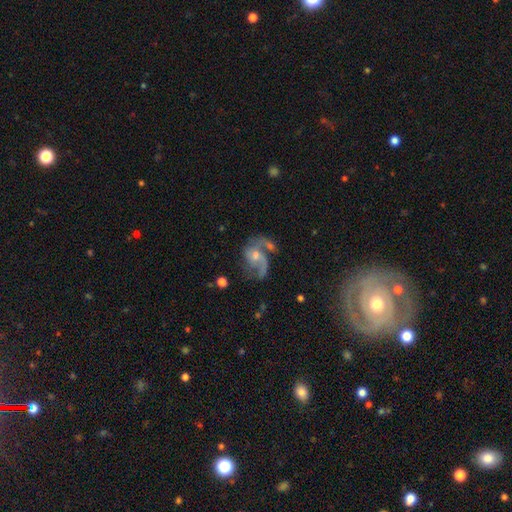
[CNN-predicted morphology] Smooth or featured: featured or disk — 80% (smooth — 11%)
Edge-on disk: no — 97% (yes — 3%)
Bar: no — 66% (weak — 28%)
Spiral arms: yes — 91% (no — 9%)
Spiral winding: loose — 45% (medium — 42%)
Spiral arm count: 2 — 64% (1 — 17%)
Bulge size: moderate — 47% (small — 42%)
Merging: none — 40% (major disturbance — 25%)